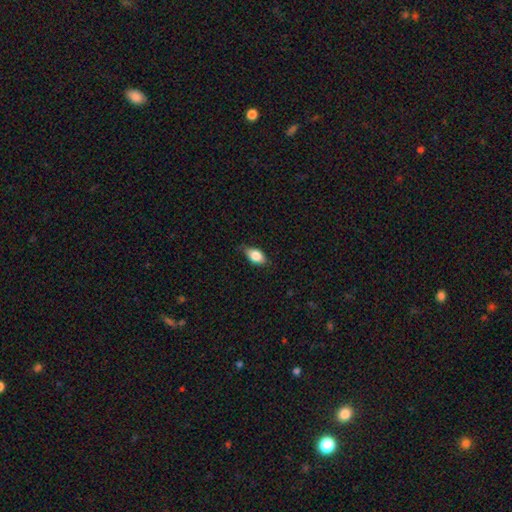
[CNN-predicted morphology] A smooth galaxy with no disk features (81%) that is in between round and cigar-shaped (87%). Merging: none (74%).